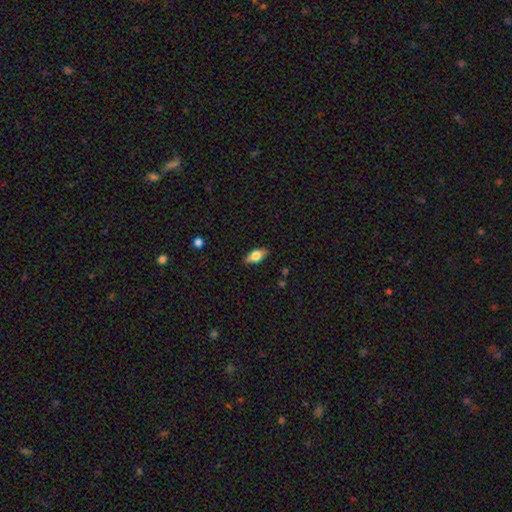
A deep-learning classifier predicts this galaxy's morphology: Smooth or featured? smooth (57%)
How rounded? in between (80%)
Merging? none (86%)